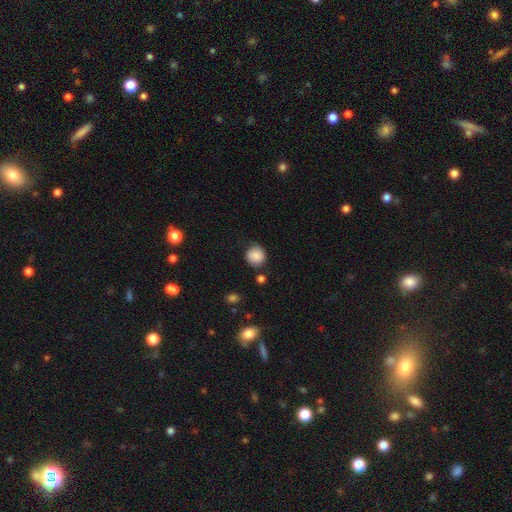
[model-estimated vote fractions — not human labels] Smooth or featured: smooth — 85% (star or artifact — 9%)
How rounded: round — 89% (in between — 10%)
Merging: none — 77% (minor disturbance — 16%)